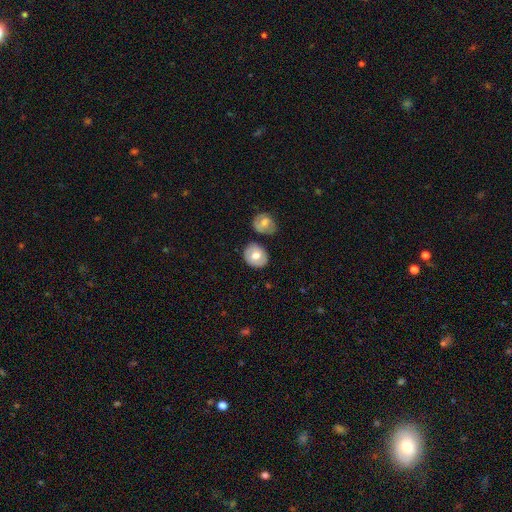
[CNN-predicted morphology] Smooth or featured?
  - smooth: 69% *
  - featured or disk: 24%
  - star or artifact: 7%
How rounded?
  - round: 63% *
  - in between: 36%
  - cigar-shaped: 1%
Merging?
  - none: 74% *
  - minor disturbance: 13%
  - merger: 9%
  - major disturbance: 3%